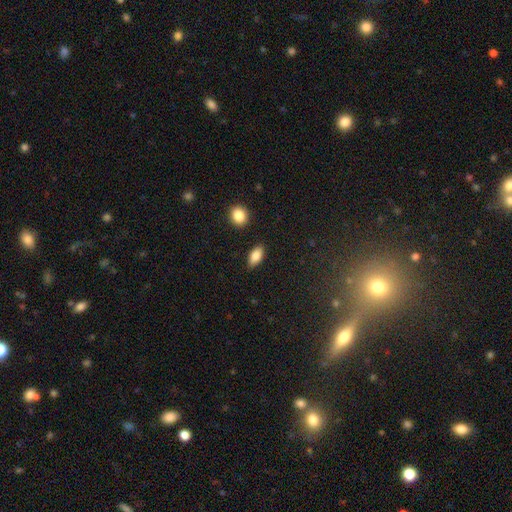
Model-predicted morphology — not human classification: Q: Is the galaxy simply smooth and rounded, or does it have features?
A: smooth — 84%.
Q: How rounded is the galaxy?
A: in between — 88%.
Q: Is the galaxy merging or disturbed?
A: none — 85%.